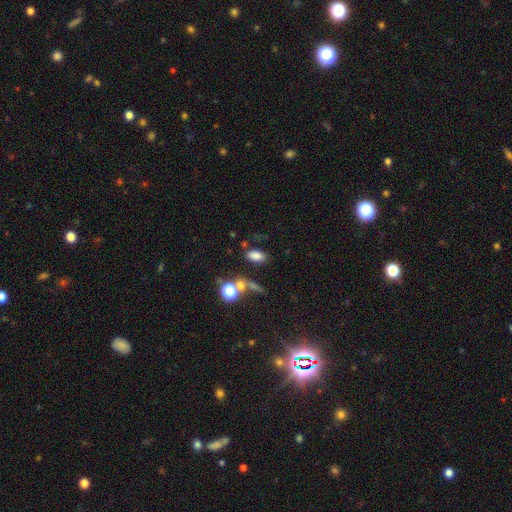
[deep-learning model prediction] A smooth galaxy with no disk features (78%) that is in between round and cigar-shaped (85%).

Vote fractions:
- Smooth or featured? smooth: 78% / star or artifact: 14% / featured or disk: 8%
- How rounded? in between: 85% / round: 9% / cigar-shaped: 5%
- Merging? none: 70% / minor disturbance: 12% / merger: 12% / major disturbance: 7%